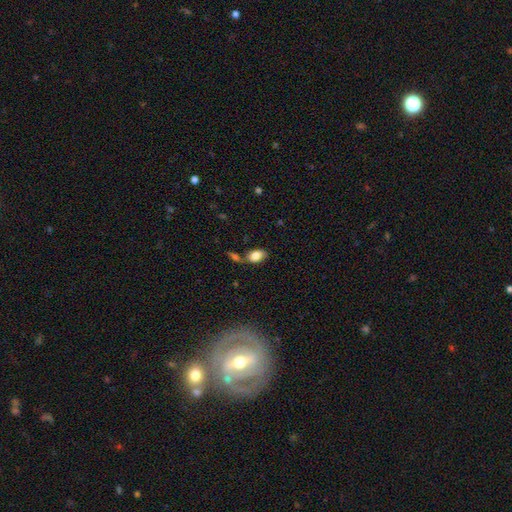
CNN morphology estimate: This appears to be a smooth galaxy with no disk features (82%) that is in between round and cigar-shaped (89%). Merging: none (58%).